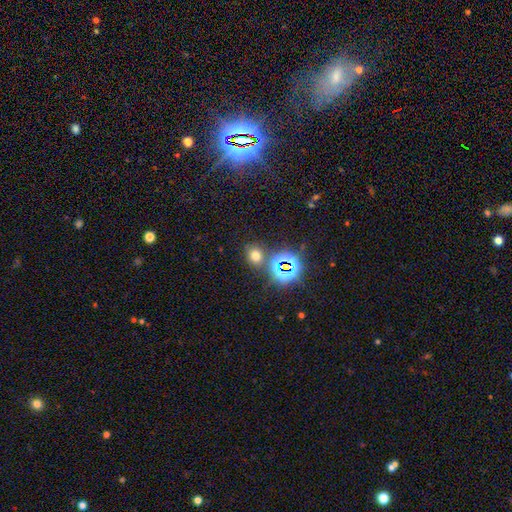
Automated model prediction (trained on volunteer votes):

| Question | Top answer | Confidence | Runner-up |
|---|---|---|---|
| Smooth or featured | smooth | 62% | star or artifact (30%) |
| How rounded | round | 68% | in between (31%) |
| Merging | none | 77% | merger (11%) |